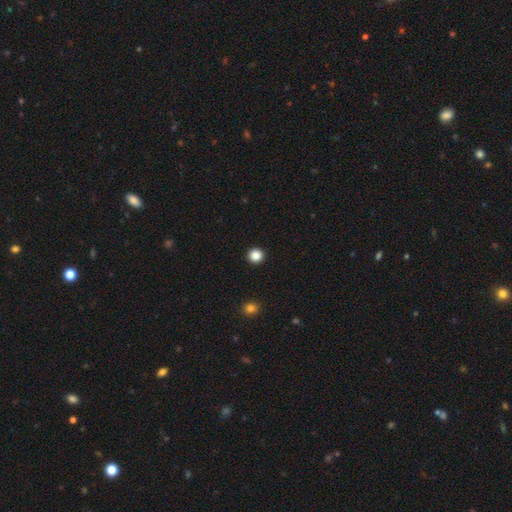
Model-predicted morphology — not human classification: This is clearly a smooth galaxy (86%). How rounded: clearly round (95%). Merging: clearly none (94%).